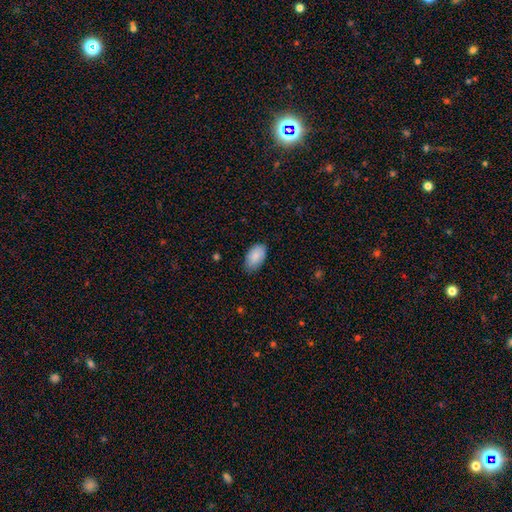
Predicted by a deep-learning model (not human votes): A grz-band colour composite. It shows a smooth galaxy with no disk features (87%) that is in between round and cigar-shaped (94%). Merging: none (77%).